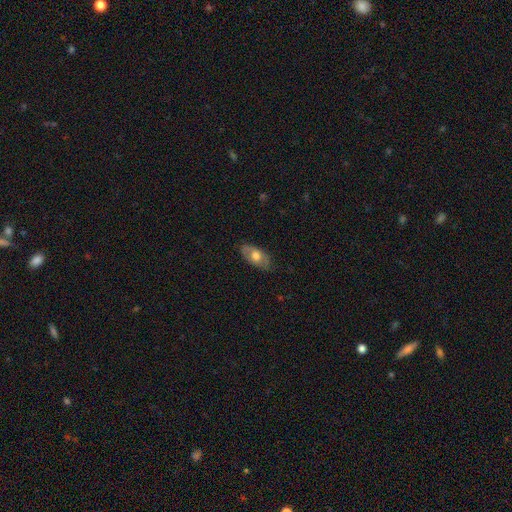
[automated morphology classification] smooth-or-featured: smooth: 59% | featured or disk: 35% | star or artifact: 6%
  how-rounded: in between: 91% | round: 5% | cigar-shaped: 4%
  merging: none: 79% | minor disturbance: 17% | major disturbance: 3% | merger: 1%